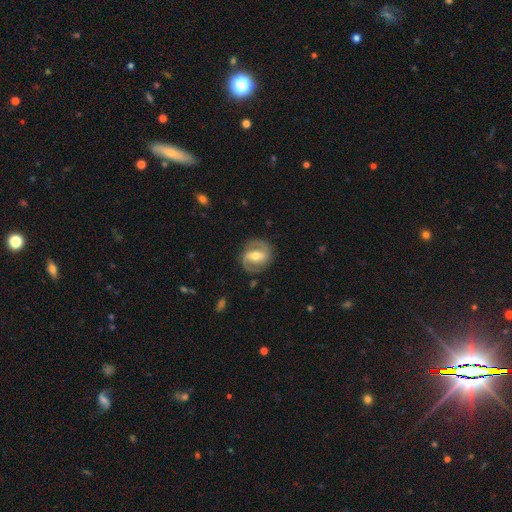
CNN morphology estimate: Q: Smooth or featured?
A: featured or disk (83%); runner-up: smooth (12%)
Q: Edge-on disk?
A: no (97%); runner-up: yes (3%)
Q: Bar?
A: strong (42%); runner-up: weak (39%)
Q: Spiral arms?
A: yes (93%); runner-up: no (7%)
Q: Spiral winding?
A: medium (52%); runner-up: tight (28%)
Q: Spiral arm count?
A: 2 (90%); runner-up: can't tell (4%)
Q: Bulge size?
A: moderate (64%); runner-up: small (30%)
Q: Merging?
A: none (83%); runner-up: minor disturbance (11%)